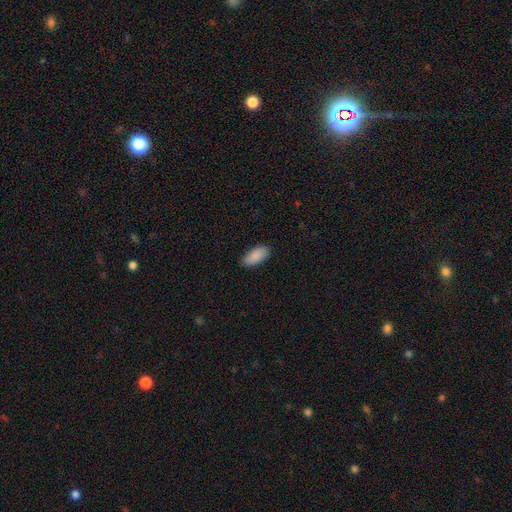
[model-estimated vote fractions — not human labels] This is clearly a smooth galaxy (90%). How rounded: clearly in between (92%). Merging: clearly none (87%).